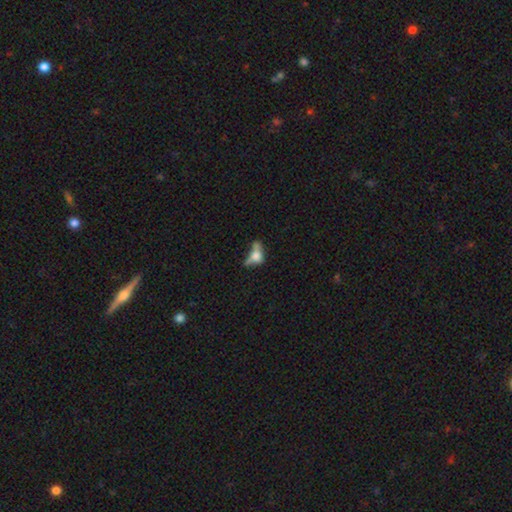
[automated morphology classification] Overall: smooth (53%; featured or disk 33%). How rounded: in between (67%). Merging: major disturbance (31%; none 25%).